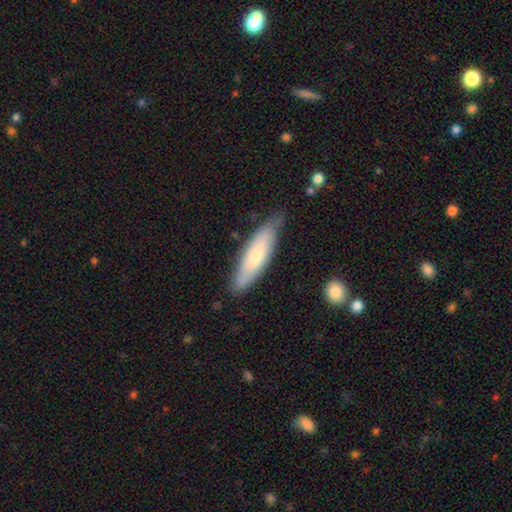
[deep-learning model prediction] smooth-or-featured: smooth: 67% | featured or disk: 28% | star or artifact: 5%
  how-rounded: cigar-shaped: 65% | in between: 34% | round: 1%
  merging: none: 72% | minor disturbance: 22% | major disturbance: 4% | merger: 2%